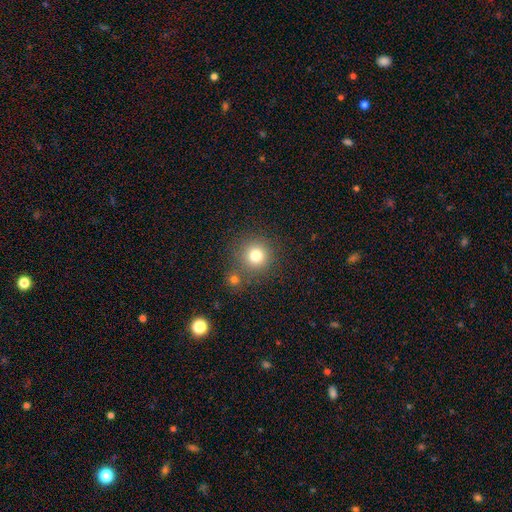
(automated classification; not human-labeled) smooth 78%, star or artifact 13%, featured or disk 8%. Down the decision tree: how rounded — round (94%); merging — none (77%).